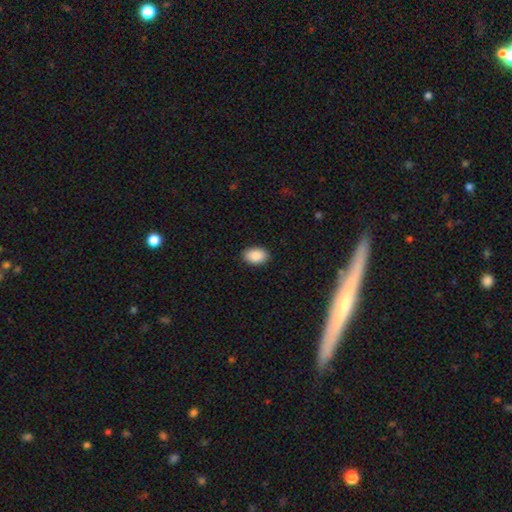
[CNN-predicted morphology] The model was most divided on "how rounded": in between: 90%, round: 9%, cigar-shaped: 1%. More confident: merging — none (91%); smooth or featured — smooth (90%).